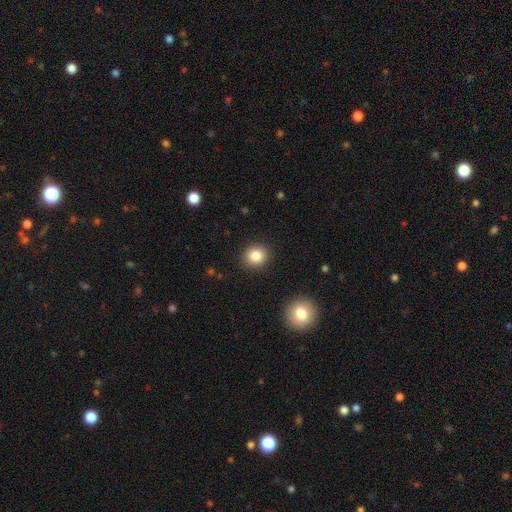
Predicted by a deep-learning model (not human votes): Q: Smooth or featured?
A: smooth (84%); runner-up: star or artifact (10%)
Q: How rounded?
A: round (85%); runner-up: in between (14%)
Q: Merging?
A: none (90%); runner-up: minor disturbance (6%)